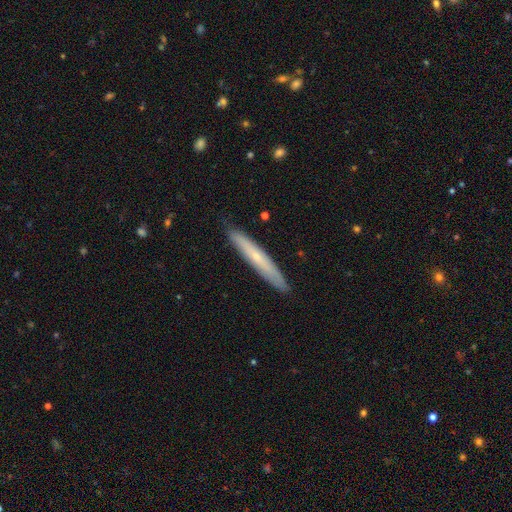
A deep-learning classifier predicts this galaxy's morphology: smooth_or_featured: featured or disk (p=0.48) [alt: smooth p=0.46]
merging: none (p=0.88) [alt: minor disturbance p=0.09]